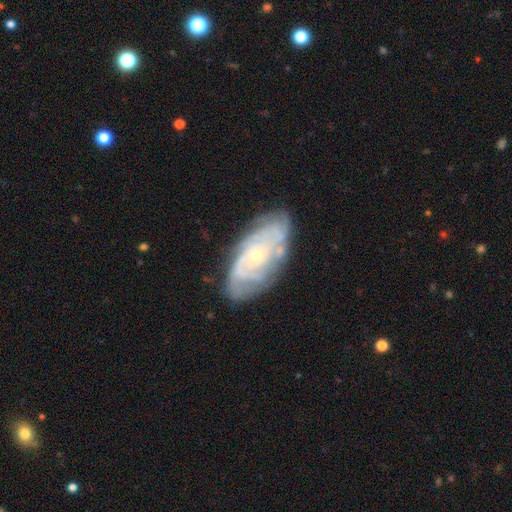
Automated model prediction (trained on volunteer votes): A featured or disk galaxy (81%) with no bar (79%), tight (71%) spiral arms (91%) and a small central bulge (78%).

Vote fractions:
- Smooth or featured? featured or disk: 81% / smooth: 13% / star or artifact: 6%
- Edge-on disk? no: 94% / yes: 6%
- Bar? no: 79% / weak: 17% / strong: 4%
- Spiral arms? yes: 91% / no: 9%
- Spiral winding? tight: 71% / medium: 23% / loose: 6%
- Spiral arm count? can't tell: 44% / 2: 17% / 3: 15% / 4: 14% / more than 4: 6% / 1: 5%
- Bulge size? small: 78% / moderate: 19% / none: 1% / large: 1% / dominant: 1%
- Merging? none: 72% / minor disturbance: 19% / major disturbance: 6% / merger: 3%